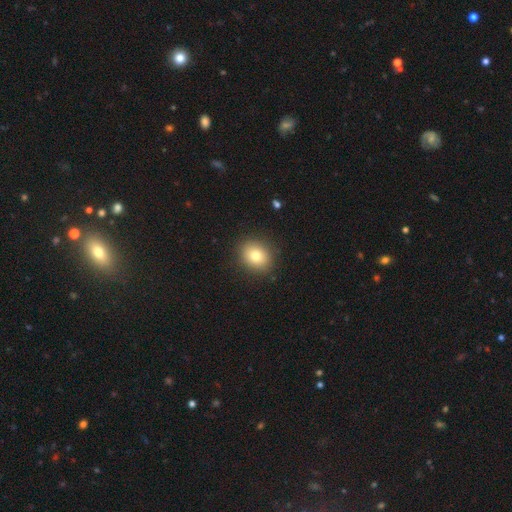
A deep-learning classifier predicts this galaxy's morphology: The model was most divided on "how rounded": round: 62%, in between: 37%, cigar-shaped: 1%. More confident: merging — none (89%); smooth or featured — smooth (80%).